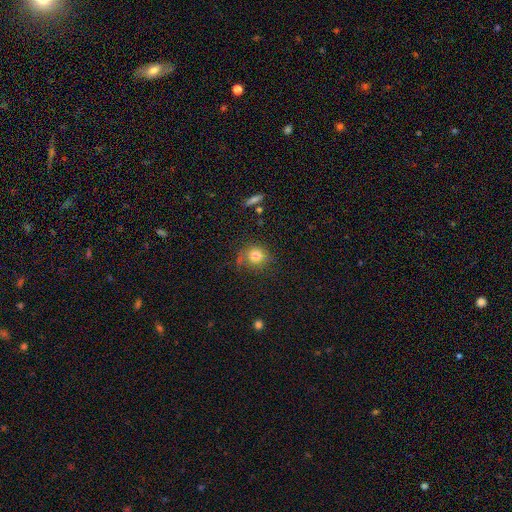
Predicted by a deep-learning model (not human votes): Q: Smooth or featured?
A: smooth (78%); runner-up: star or artifact (12%)
Q: How rounded?
A: round (85%); runner-up: in between (14%)
Q: Merging?
A: none (72%); runner-up: minor disturbance (18%)